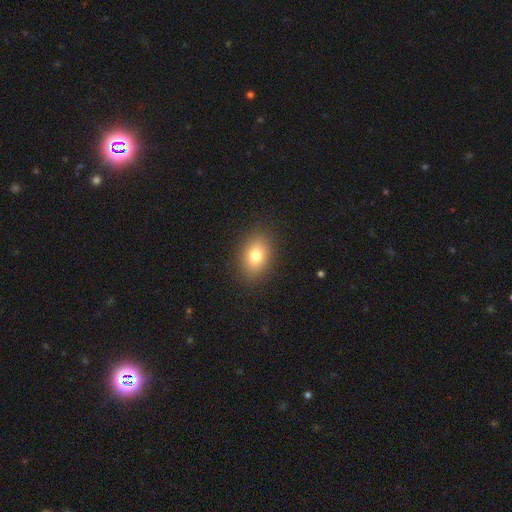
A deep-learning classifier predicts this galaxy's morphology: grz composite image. It shows a smooth galaxy with no disk features (81%) that is in between round and cigar-shaped (81%). Merging: none (88%).